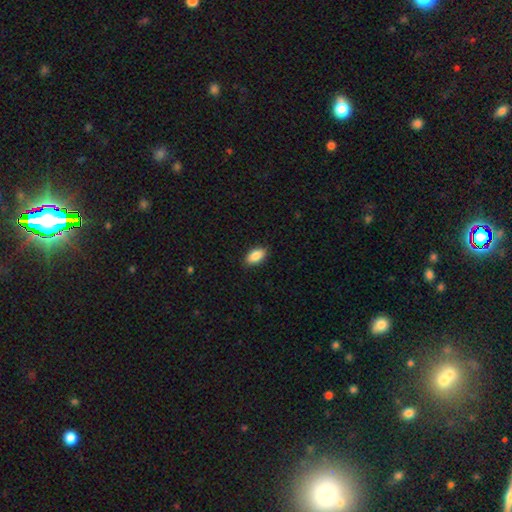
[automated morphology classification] A smooth galaxy with no disk features (87%) that is in between round and cigar-shaped (92%).

Vote fractions:
- Smooth or featured? smooth: 87% / star or artifact: 7% / featured or disk: 6%
- How rounded? in between: 92% / cigar-shaped: 4% / round: 4%
- Merging? none: 88% / minor disturbance: 9% / major disturbance: 2% / merger: 1%